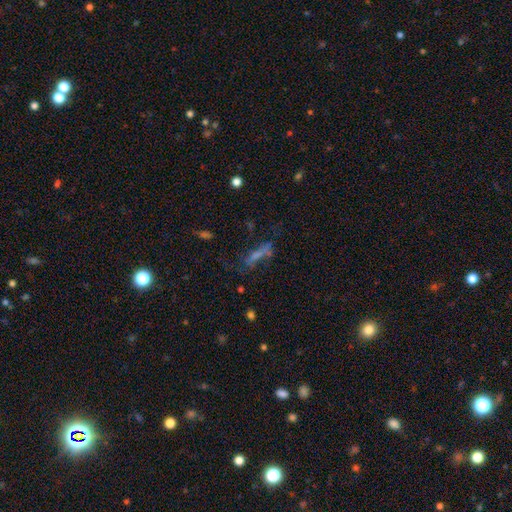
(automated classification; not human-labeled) smooth_or_featured: smooth (p=0.42) [alt: featured or disk p=0.33]
merging: none (p=0.43) [alt: major disturbance p=0.28]